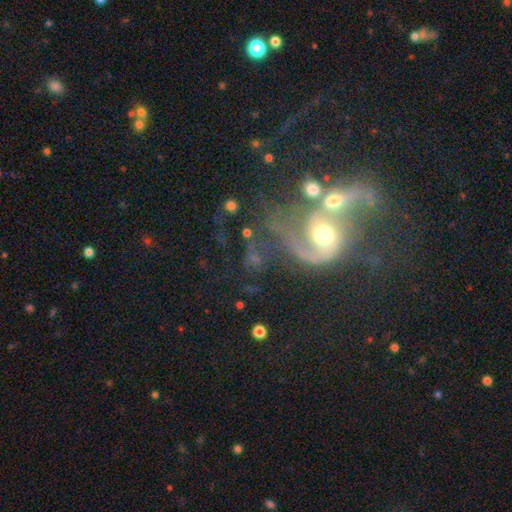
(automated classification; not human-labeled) Smooth or featured: featured or disk — 65% (smooth — 21%)
Edge-on disk: no — 96% (yes — 4%)
Bar: no — 66% (weak — 25%)
Spiral arms: yes — 79% (no — 21%)
Bulge size: moderate — 65% (small — 19%)
Merging: merger — 43% (none — 25%)